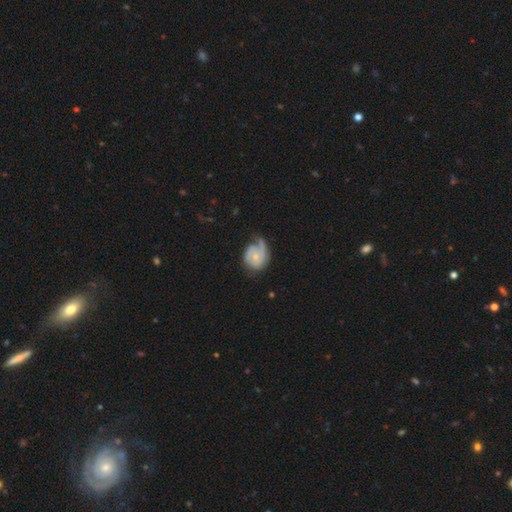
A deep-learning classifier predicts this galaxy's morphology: Q: Smooth or featured?
A: featured or disk (70%); runner-up: smooth (24%)
Q: Edge-on disk?
A: no (98%); runner-up: yes (2%)
Q: Bar?
A: no (76%); runner-up: weak (21%)
Q: Spiral arms?
A: yes (88%); runner-up: no (12%)
Q: Spiral winding?
A: tight (46%); runner-up: medium (33%)
Q: Spiral arm count?
A: 1 (50%); runner-up: 2 (30%)
Q: Bulge size?
A: small (59%); runner-up: moderate (36%)
Q: Merging?
A: none (41%); runner-up: minor disturbance (31%)